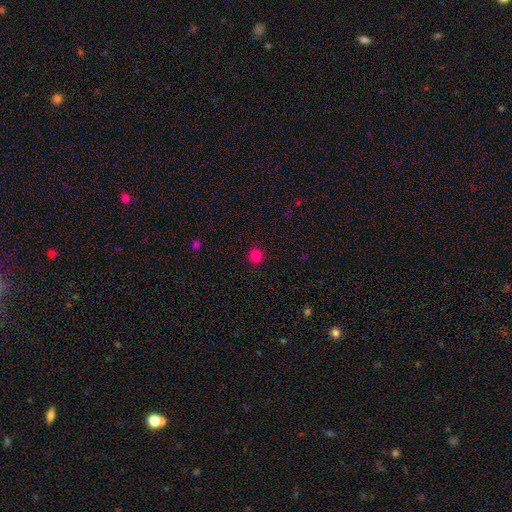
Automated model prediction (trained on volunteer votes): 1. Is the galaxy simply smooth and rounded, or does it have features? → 83% smooth, 14% star or artifact, 3% featured or disk.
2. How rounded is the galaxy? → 93% round, 6% in between, 1% cigar-shaped.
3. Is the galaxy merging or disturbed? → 91% none, 6% minor disturbance, 2% major disturbance, 1% merger.